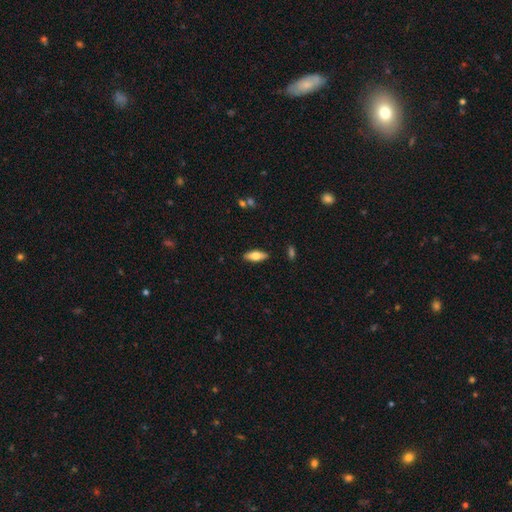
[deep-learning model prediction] Smooth or featured: smooth — 63% (featured or disk — 31%)
How rounded: in between — 69% (cigar-shaped — 28%)
Merging: none — 88% (minor disturbance — 9%)